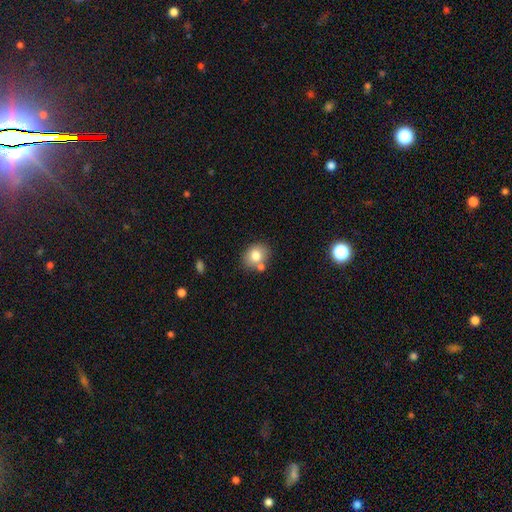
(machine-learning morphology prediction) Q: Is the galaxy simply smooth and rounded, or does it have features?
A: smooth — 77%.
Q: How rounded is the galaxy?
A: round — 61%.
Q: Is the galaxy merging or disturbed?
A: none — 69%.